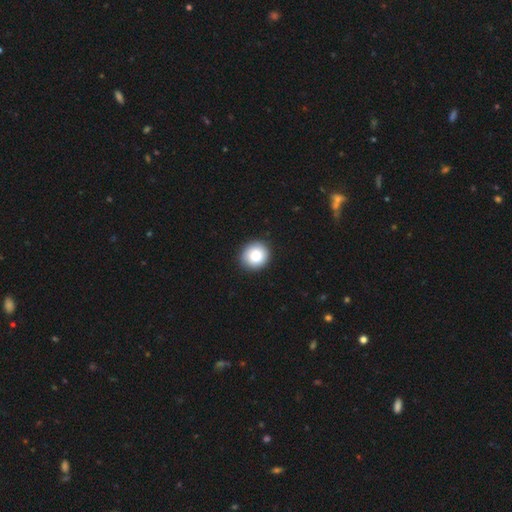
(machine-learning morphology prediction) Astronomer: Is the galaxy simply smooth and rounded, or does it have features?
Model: smooth — 83%.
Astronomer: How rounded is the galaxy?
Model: round — 88%.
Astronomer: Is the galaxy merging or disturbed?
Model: none — 90%.